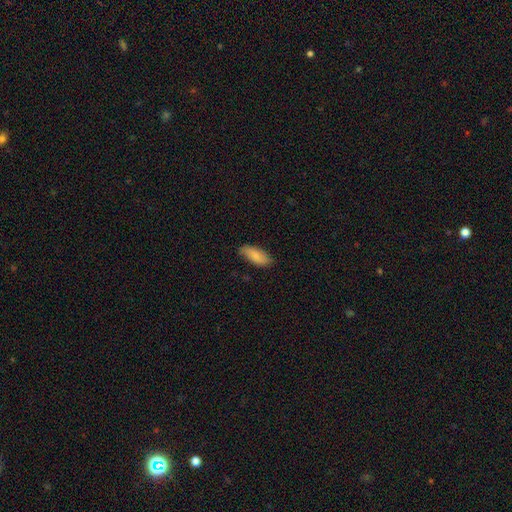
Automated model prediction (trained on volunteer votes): Overall: smooth (82%). How rounded: in between (84%). Merging: none (77%).